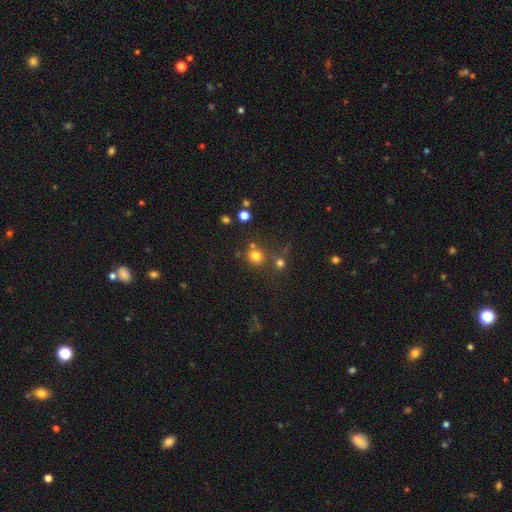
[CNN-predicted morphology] This appears to be a smooth galaxy with no disk features (75%) that is round (89%). Merging: none (68%).